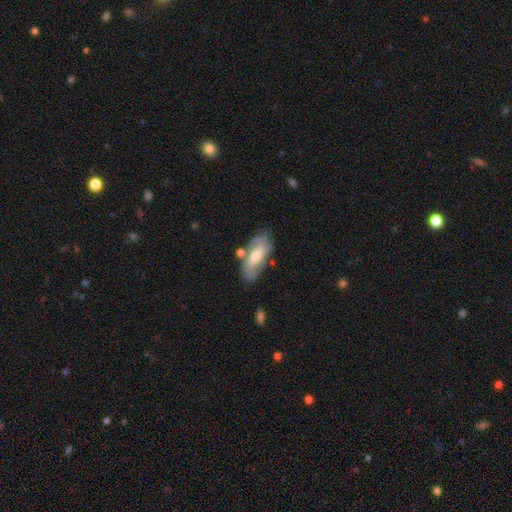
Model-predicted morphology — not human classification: A featured or disk galaxy (62%) with a weak bar (38%), spiral arms (74%) and a moderate central bulge (58%).

Vote fractions:
- Smooth or featured? featured or disk: 62% / smooth: 31% / star or artifact: 6%
- Edge-on disk? no: 86% / yes: 14%
- Bar? weak: 38% / no: 37% / strong: 25%
- Spiral arms? yes: 74% / no: 26%
- Bulge size? moderate: 58% / small: 32% / large: 7% / none: 2% / dominant: 1%
- Merging? none: 66% / minor disturbance: 19% / merger: 8% / major disturbance: 7%